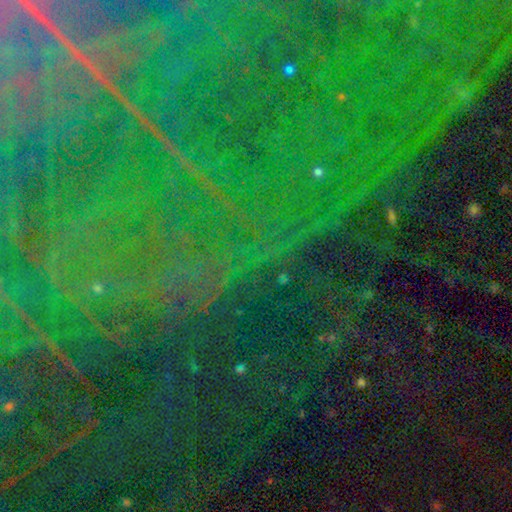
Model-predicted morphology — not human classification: Smooth or featured?
  - star or artifact: 87% *
  - featured or disk: 7%
  - smooth: 6%